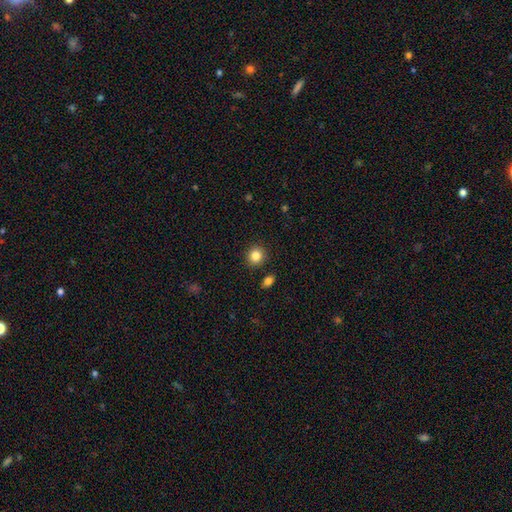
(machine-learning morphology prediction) type=smooth (85%); roundness=round (86%); merging=none (89%).